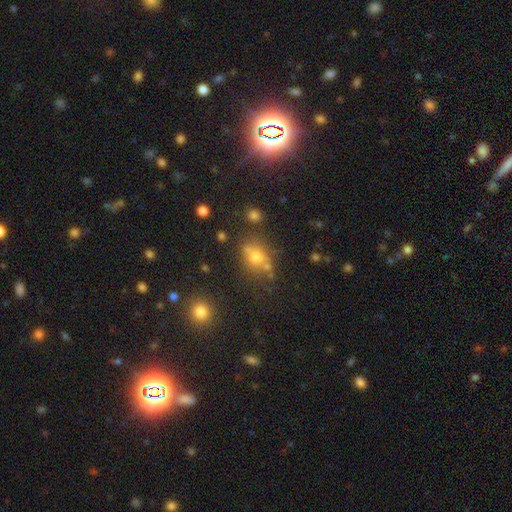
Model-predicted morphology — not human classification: The model was most divided on "how rounded": round: 55%, in between: 42%, cigar-shaped: 2%. More confident: merging — none (62%); smooth or featured — smooth (50%).